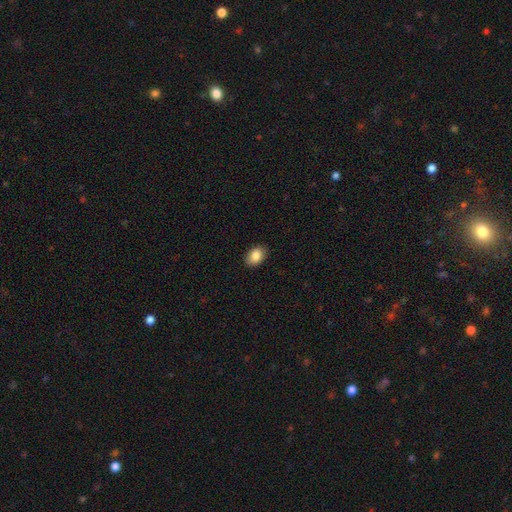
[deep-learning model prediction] Smooth or featured: smooth — 87% (star or artifact — 8%)
How rounded: in between — 81% (round — 18%)
Merging: none — 88% (minor disturbance — 9%)